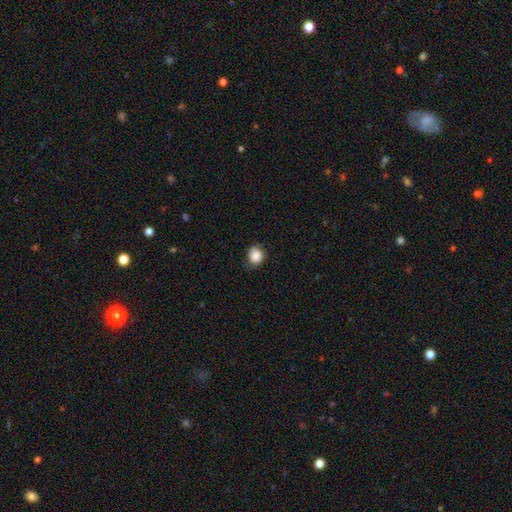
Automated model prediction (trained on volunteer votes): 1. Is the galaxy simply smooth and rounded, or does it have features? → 87% smooth, 9% star or artifact, 5% featured or disk.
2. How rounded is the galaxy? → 73% round, 26% in between, 1% cigar-shaped.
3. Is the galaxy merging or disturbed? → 74% none, 20% minor disturbance, 4% major disturbance, 1% merger.